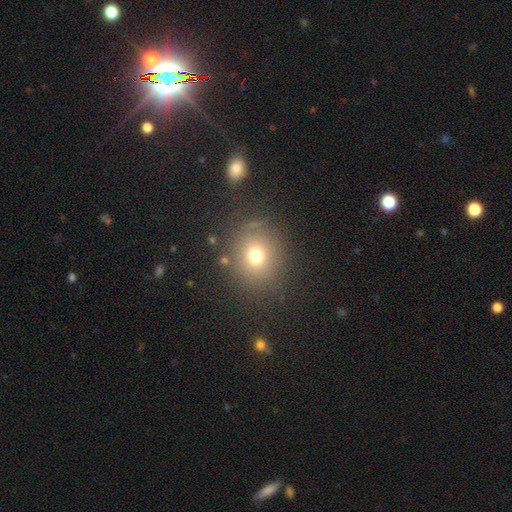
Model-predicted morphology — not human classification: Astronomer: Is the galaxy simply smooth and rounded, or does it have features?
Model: smooth — 70%.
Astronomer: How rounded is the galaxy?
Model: round — 74%.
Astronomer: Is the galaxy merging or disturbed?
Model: none — 81%.